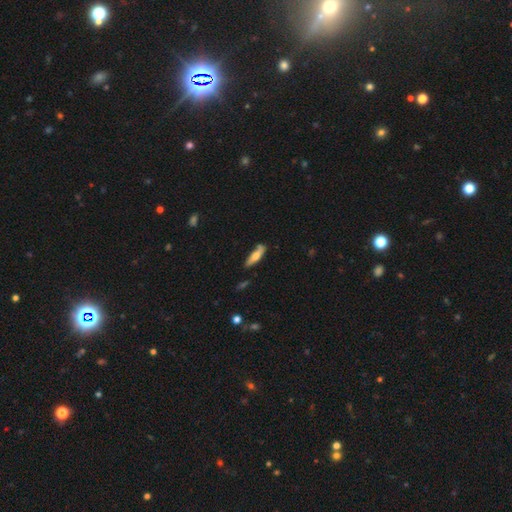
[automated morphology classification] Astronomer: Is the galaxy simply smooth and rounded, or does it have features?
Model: smooth — 60%.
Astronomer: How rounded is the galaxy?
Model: cigar-shaped — 59% (runner-up: in between, 39%).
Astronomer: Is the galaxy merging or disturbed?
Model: none — 68%.